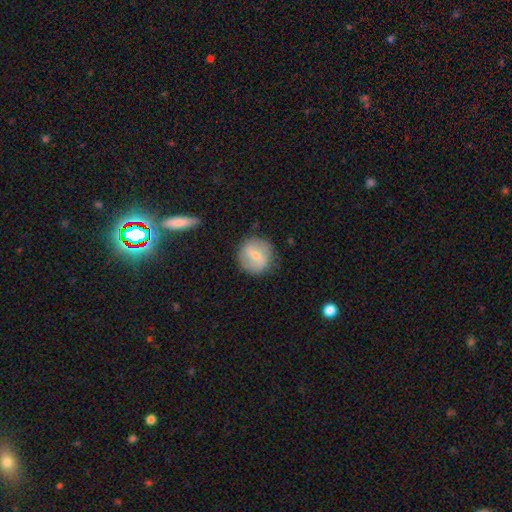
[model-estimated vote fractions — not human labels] Morphology: type=featured or disk (47%); merging=none (83%).